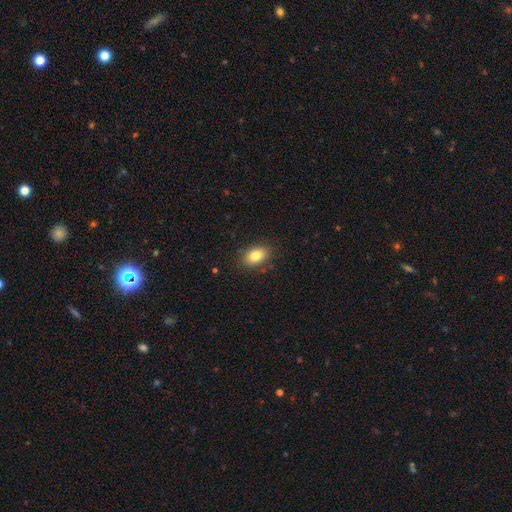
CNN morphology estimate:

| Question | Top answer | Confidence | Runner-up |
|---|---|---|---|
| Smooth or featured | smooth | 82% | featured or disk (9%) |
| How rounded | in between | 82% | round (16%) |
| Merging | none | 85% | minor disturbance (11%) |